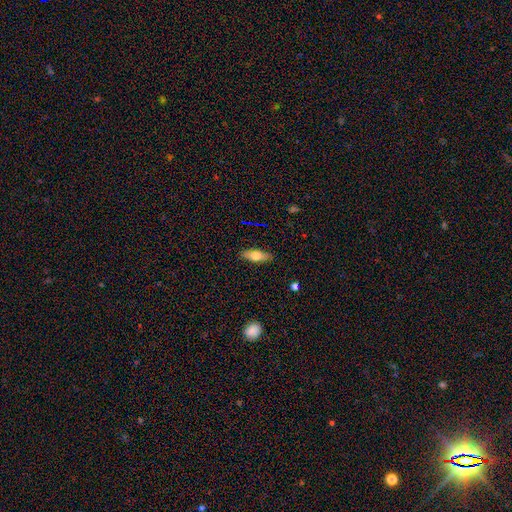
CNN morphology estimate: Overall: smooth (67%). How rounded: in between (67%; cigar-shaped 30%). Merging: none (87%).